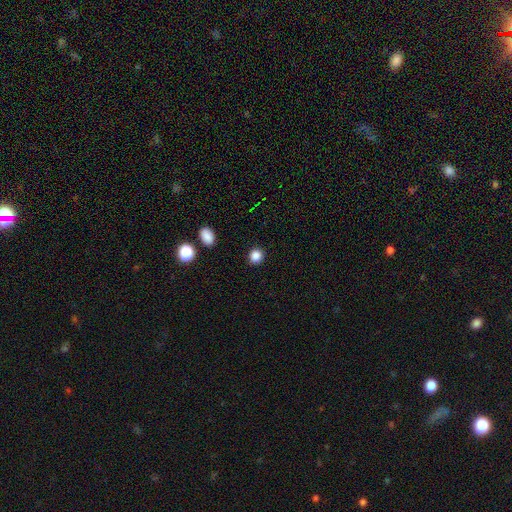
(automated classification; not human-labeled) Smooth or featured? Predicted: smooth (p=0.86). How rounded? Predicted: round (p=0.85). Merging? Predicted: none (p=0.91).